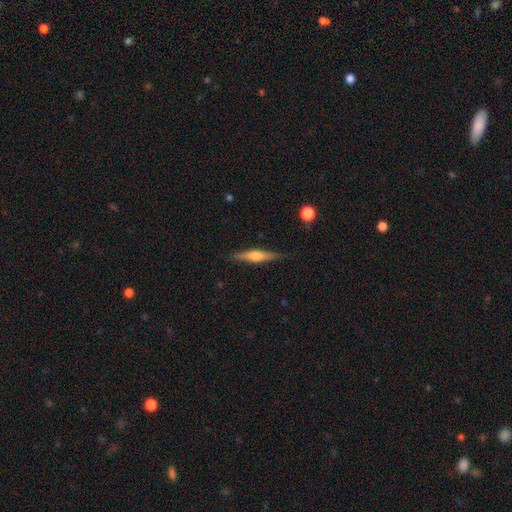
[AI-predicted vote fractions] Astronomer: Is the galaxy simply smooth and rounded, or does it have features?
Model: featured or disk — 62%.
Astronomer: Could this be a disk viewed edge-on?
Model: yes — 97%.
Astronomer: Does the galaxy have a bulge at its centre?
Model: rounded — 88%.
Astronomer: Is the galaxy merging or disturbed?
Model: none — 87%.